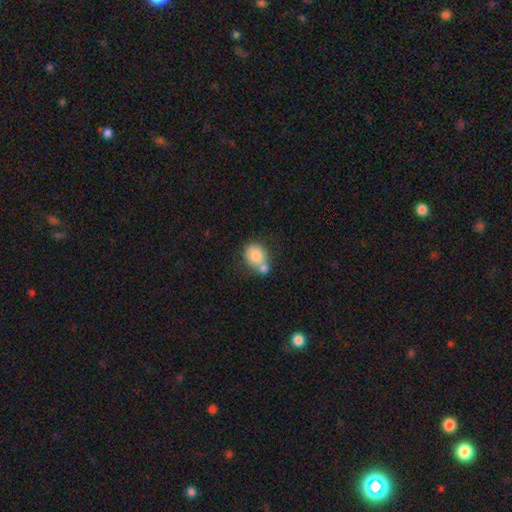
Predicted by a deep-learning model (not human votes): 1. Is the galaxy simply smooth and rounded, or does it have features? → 78% smooth, 14% featured or disk, 8% star or artifact.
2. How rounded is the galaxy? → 57% round, 42% in between, 1% cigar-shaped.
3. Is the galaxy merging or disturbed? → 44% merger, 40% none, 13% minor disturbance, 4% major disturbance.